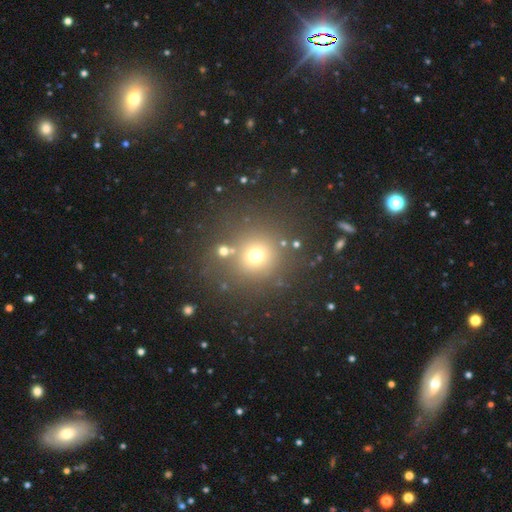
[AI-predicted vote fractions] Morphology: type=smooth (67%); roundness=round (91%); merging=none (78%).